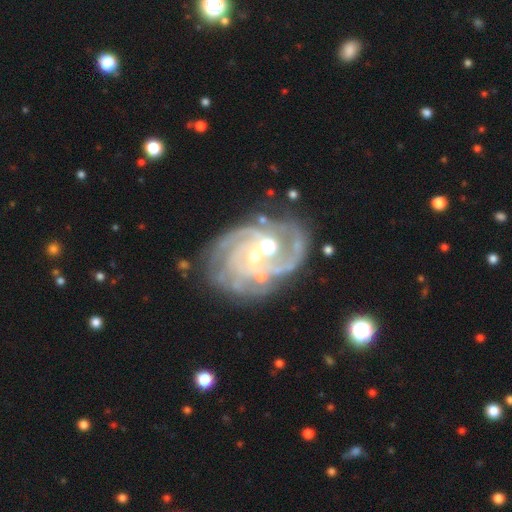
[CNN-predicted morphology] Smooth or featured? Predicted: featured or disk (p=0.88). Edge-on disk? Predicted: no (p=0.98). Bar? Predicted: no (p=0.62). Spiral arms? Predicted: yes (p=0.96). Spiral winding? Predicted: tight (p=0.57). Spiral arm count? Predicted: 3 (p=0.28, tied with 2). Bulge size? Predicted: small (p=0.47, tied with moderate). Merging? Predicted: none (p=0.59).